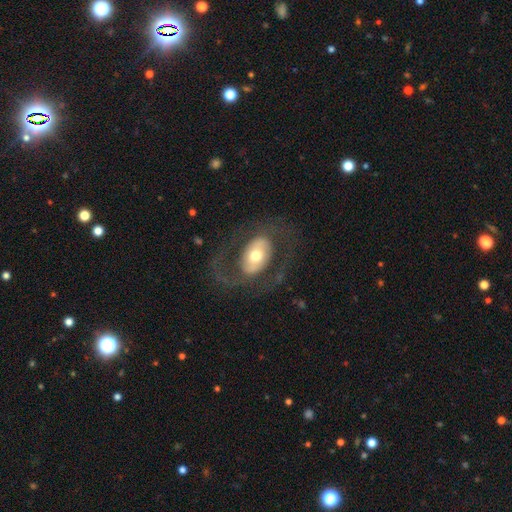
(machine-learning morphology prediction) Overall: featured or disk (65%; smooth 29%). Edge-on disk: no (93%). Bar: no (51%; weak 27%). Spiral arms: yes (59%; no 41%). Bulge size: moderate (65%). Merging: none (70%).